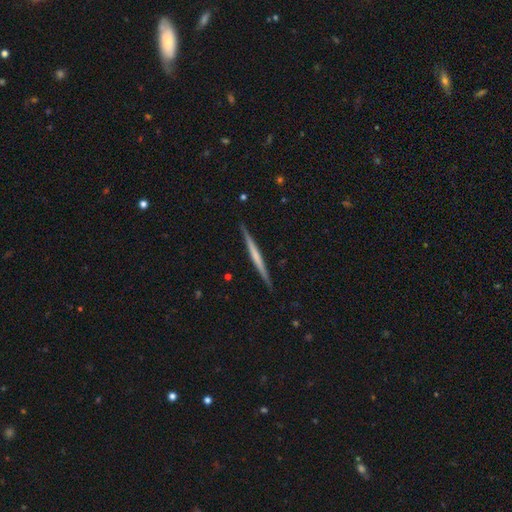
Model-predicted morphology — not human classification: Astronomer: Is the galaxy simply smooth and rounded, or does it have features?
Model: featured or disk — 60% (runner-up: smooth, 35%).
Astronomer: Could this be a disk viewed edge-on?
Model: yes — 98%.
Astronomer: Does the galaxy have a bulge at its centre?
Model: none — 79%.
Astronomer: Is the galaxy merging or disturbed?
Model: none — 91%.